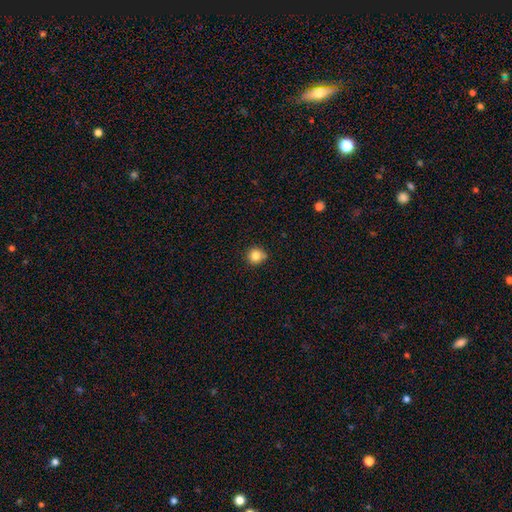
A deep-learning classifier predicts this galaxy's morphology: Q: Smooth or featured?
A: smooth (83%); runner-up: star or artifact (11%)
Q: How rounded?
A: round (92%); runner-up: in between (7%)
Q: Merging?
A: none (80%); runner-up: minor disturbance (13%)